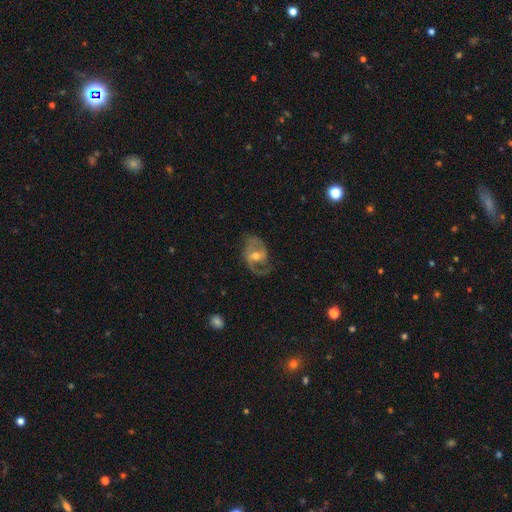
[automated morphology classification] Q: Smooth or featured?
A: featured or disk (83%); runner-up: smooth (11%)
Q: Edge-on disk?
A: no (97%); runner-up: yes (3%)
Q: Bar?
A: weak (46%); runner-up: no (34%)
Q: Spiral arms?
A: yes (91%); runner-up: no (9%)
Q: Spiral winding?
A: medium (51%); runner-up: loose (30%)
Q: Spiral arm count?
A: 2 (81%); runner-up: 1 (9%)
Q: Bulge size?
A: moderate (65%); runner-up: small (28%)
Q: Merging?
A: none (66%); runner-up: minor disturbance (19%)